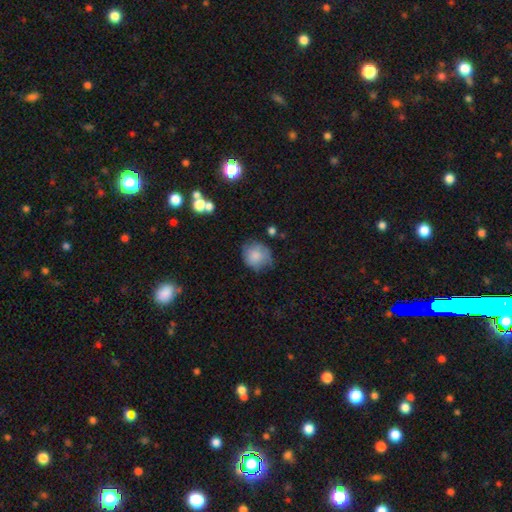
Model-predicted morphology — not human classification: Q: Smooth or featured?
A: smooth (78%); runner-up: featured or disk (14%)
Q: How rounded?
A: round (79%); runner-up: in between (20%)
Q: Merging?
A: none (62%); runner-up: minor disturbance (28%)